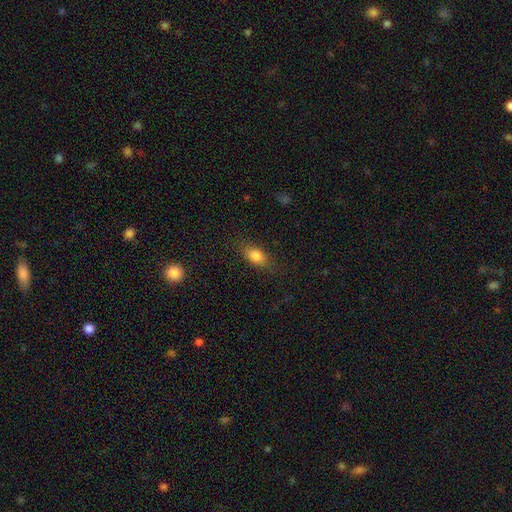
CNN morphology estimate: type=smooth (82%); roundness=in between (82%); merging=none (80%).